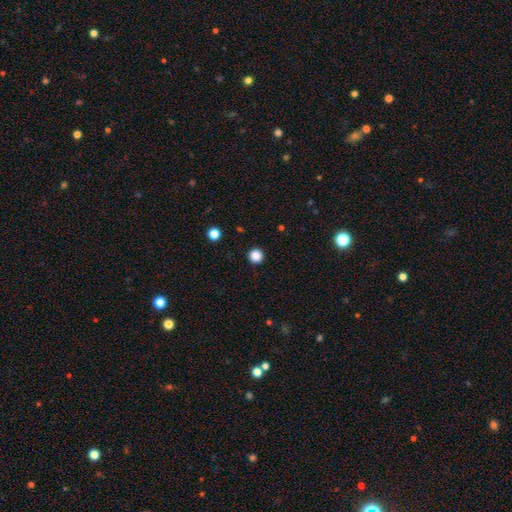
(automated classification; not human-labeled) smooth-or-featured: smooth: 86% | star or artifact: 11% | featured or disk: 2%
  how-rounded: round: 96% | in between: 3% | cigar-shaped: 1%
  merging: none: 94% | minor disturbance: 4% | major disturbance: 2% | merger: 1%